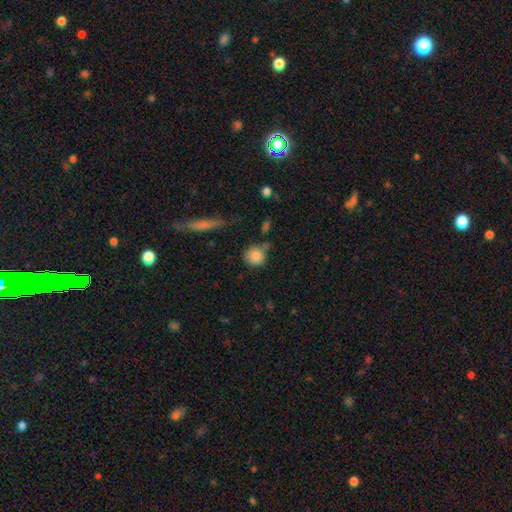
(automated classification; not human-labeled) Smooth or featured? Predicted: smooth (p=0.85). How rounded? Predicted: round (p=0.87). Merging? Predicted: none (p=0.63).